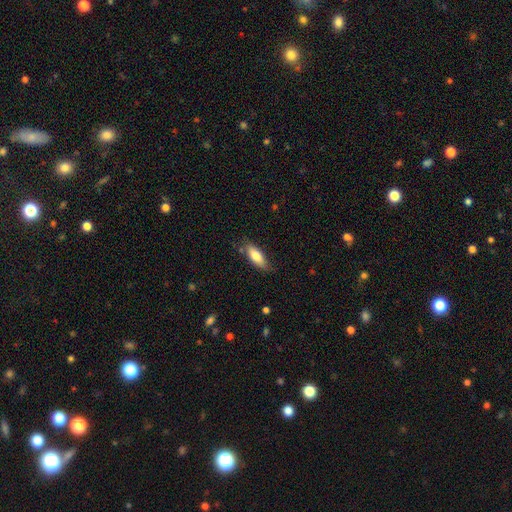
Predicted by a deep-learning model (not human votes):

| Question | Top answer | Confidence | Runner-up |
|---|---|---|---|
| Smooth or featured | smooth | 76% | featured or disk (18%) |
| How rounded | in between | 70% | cigar-shaped (28%) |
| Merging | none | 77% | minor disturbance (18%) |